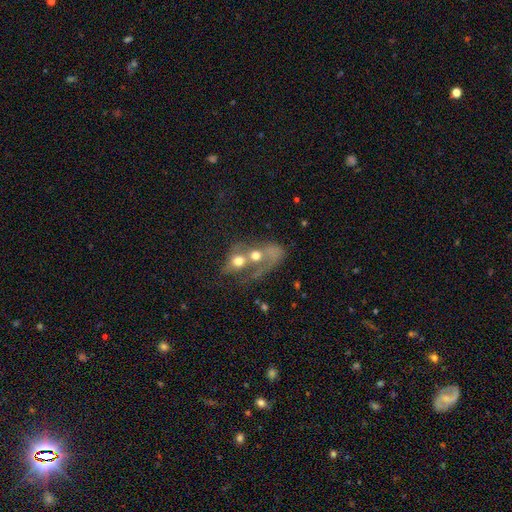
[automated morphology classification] A smooth galaxy with no disk features (45%).

Vote fractions:
- Smooth or featured? smooth: 45% / featured or disk: 43% / star or artifact: 13%
- Merging? merger: 75% / major disturbance: 12% / none: 9% / minor disturbance: 5%